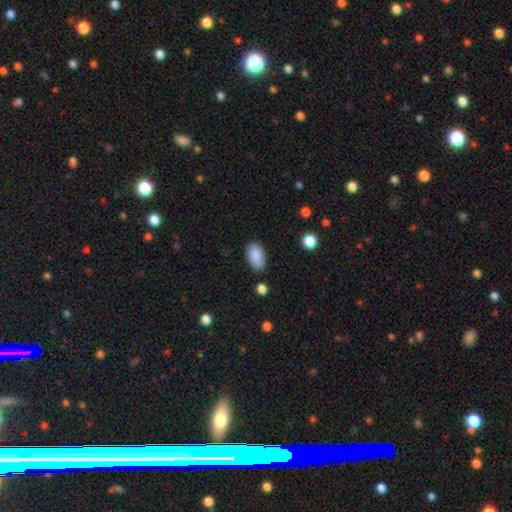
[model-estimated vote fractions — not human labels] A smooth galaxy with no disk features (89%) that is in between round and cigar-shaped (94%).

Vote fractions:
- Smooth or featured? smooth: 89% / star or artifact: 7% / featured or disk: 4%
- How rounded? in between: 94% / round: 4% / cigar-shaped: 2%
- Merging? none: 83% / minor disturbance: 12% / major disturbance: 3% / merger: 2%